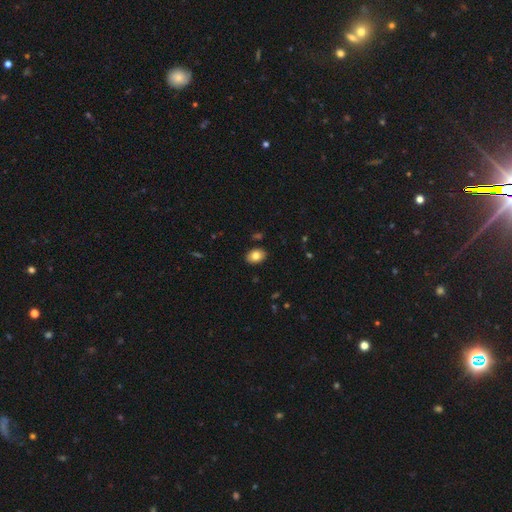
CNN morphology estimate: smooth 82%, featured or disk 10%, star or artifact 8%. Down the decision tree: how rounded — in between (79%); merging — none (89%).